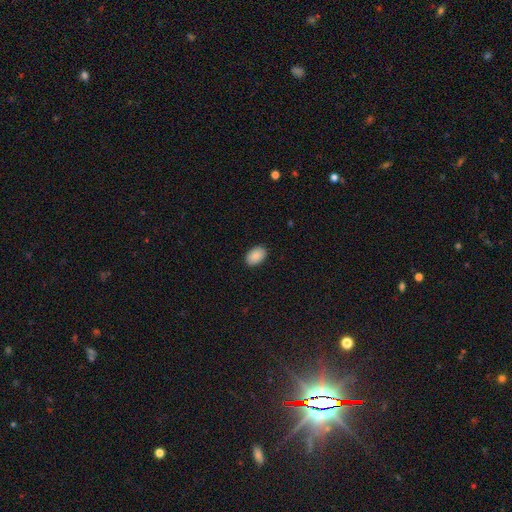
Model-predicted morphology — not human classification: type=smooth (89%); roundness=in between (89%); merging=none (90%).